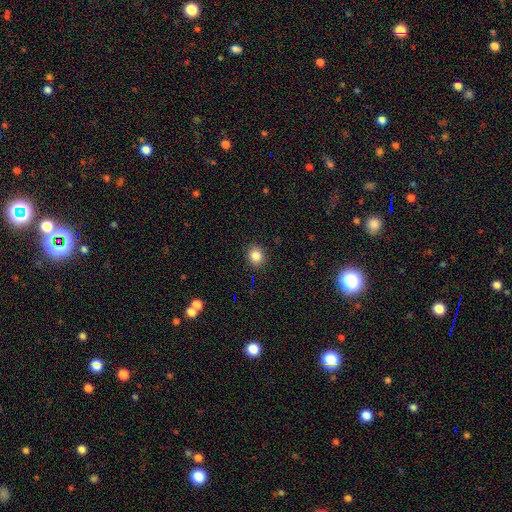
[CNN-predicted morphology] A smooth galaxy with no disk features (84%) that is round (80%). Merging: none (90%).